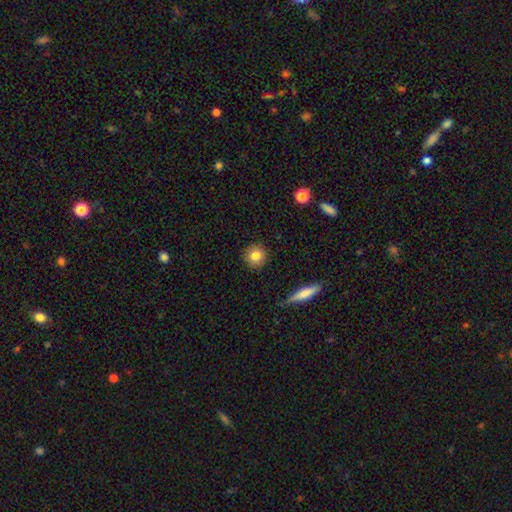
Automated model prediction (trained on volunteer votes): Smooth or featured? smooth (82%)
How rounded? round (92%)
Merging? none (90%)